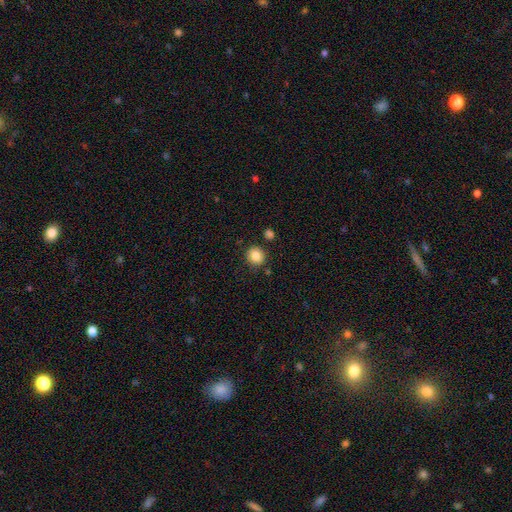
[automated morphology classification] The model was most divided on "smooth or featured": smooth: 85%, star or artifact: 10%, featured or disk: 5%. More confident: how rounded — round (87%); merging — none (86%).